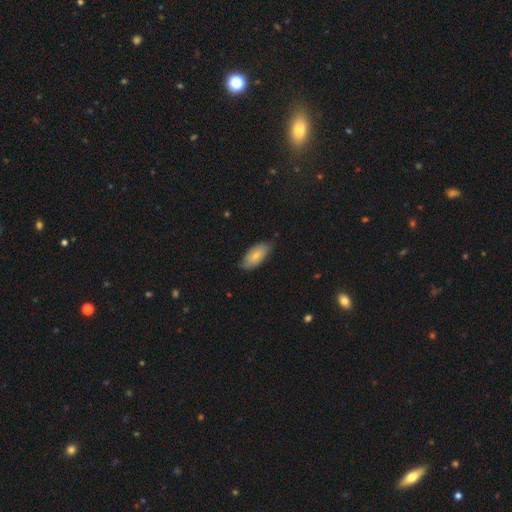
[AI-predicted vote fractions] smooth 73%, featured or disk 21%, star or artifact 6%. Down the decision tree: how rounded — in between (91%); merging — none (78%).